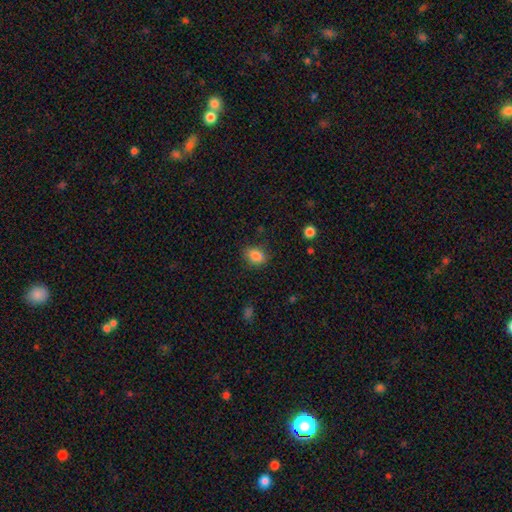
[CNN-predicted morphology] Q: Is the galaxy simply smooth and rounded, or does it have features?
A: smooth — 85%.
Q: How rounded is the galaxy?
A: in between — 69%.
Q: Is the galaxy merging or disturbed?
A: none — 81%.